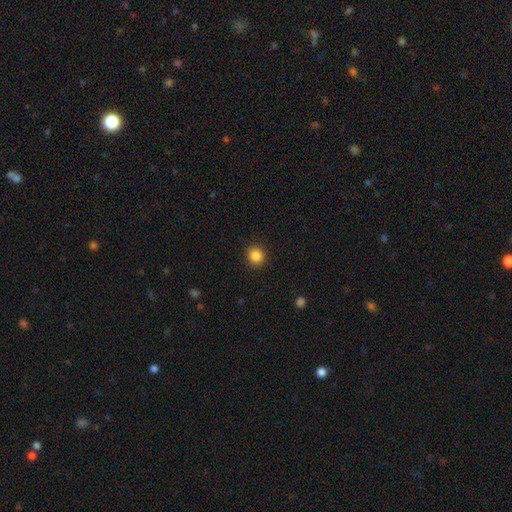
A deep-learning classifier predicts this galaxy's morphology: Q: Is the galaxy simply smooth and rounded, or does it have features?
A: smooth — 85%.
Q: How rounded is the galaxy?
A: round — 91%.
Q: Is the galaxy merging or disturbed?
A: none — 91%.